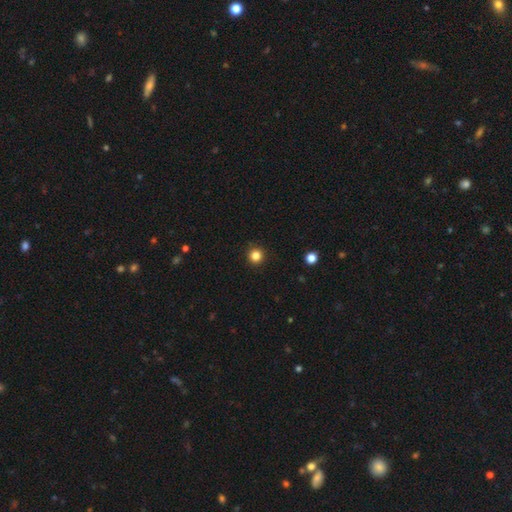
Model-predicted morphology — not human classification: Q: Smooth or featured?
A: smooth (83%); runner-up: star or artifact (13%)
Q: How rounded?
A: round (95%); runner-up: in between (4%)
Q: Merging?
A: none (93%); runner-up: minor disturbance (5%)